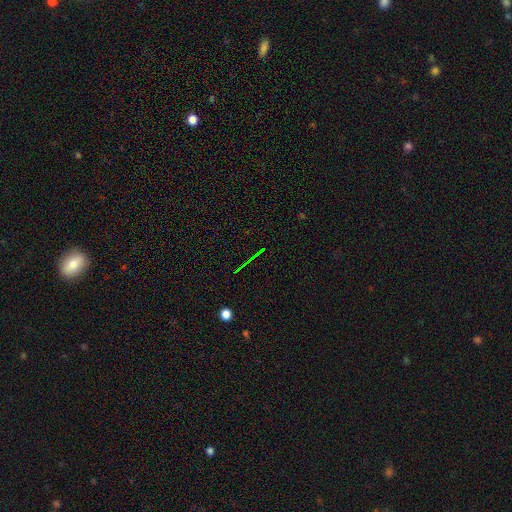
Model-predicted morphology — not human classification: This is likely a star or artifact rather than a galaxy (75%).